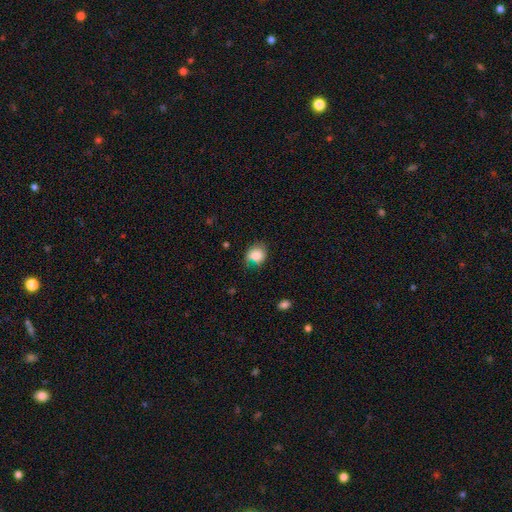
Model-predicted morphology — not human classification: Overall: smooth (84%). How rounded: round (67%; in between 32%). Merging: none (55%; minor disturbance 31%).